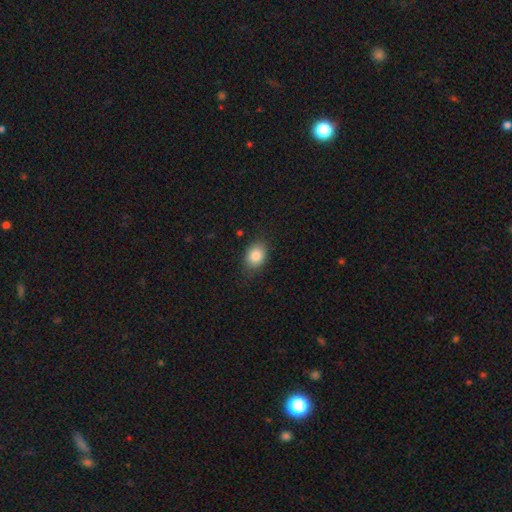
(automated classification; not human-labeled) Overall: smooth (86%). How rounded: in between (58%; round 41%). Merging: none (80%).